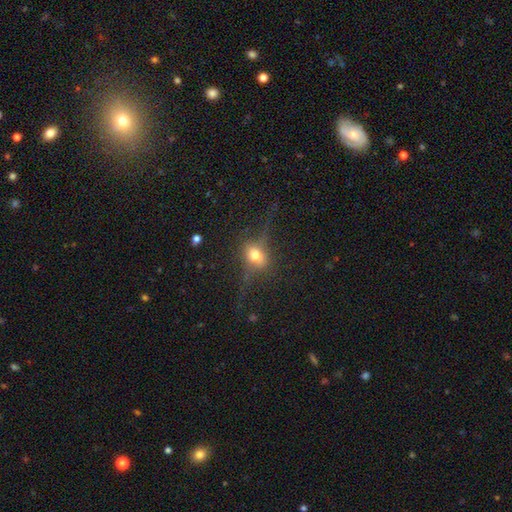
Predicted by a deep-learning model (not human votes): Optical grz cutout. It shows a smooth galaxy with no disk features (46%). Merging: none (66%).